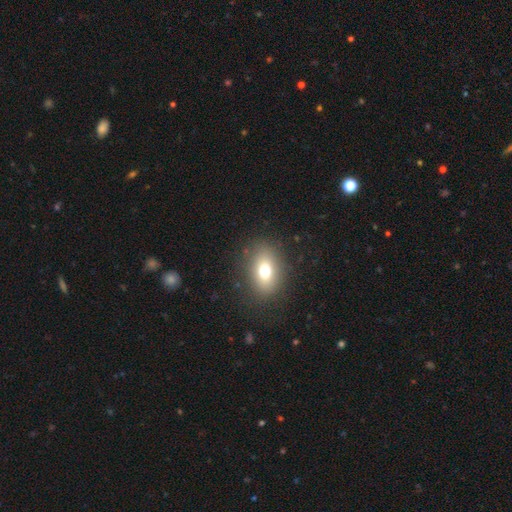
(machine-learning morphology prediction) smooth-or-featured: smooth: 65% | star or artifact: 19% | featured or disk: 16%
  how-rounded: in between: 73% | round: 25% | cigar-shaped: 2%
  merging: none: 89% | minor disturbance: 7% | major disturbance: 2% | merger: 1%